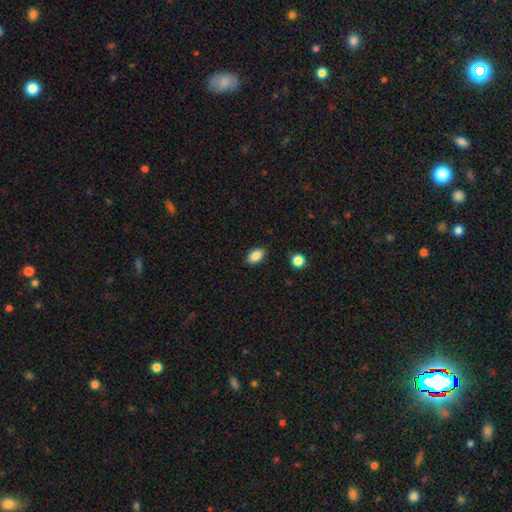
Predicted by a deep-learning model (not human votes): This appears to be a smooth galaxy with no disk features (86%) that is in between round and cigar-shaped (90%). Merging: none (86%).